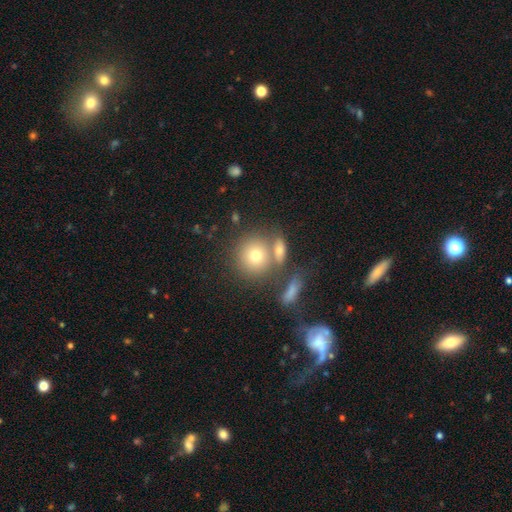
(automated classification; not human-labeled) Morphology: type=smooth (70%); roundness=round (85%); merging=none (58%).